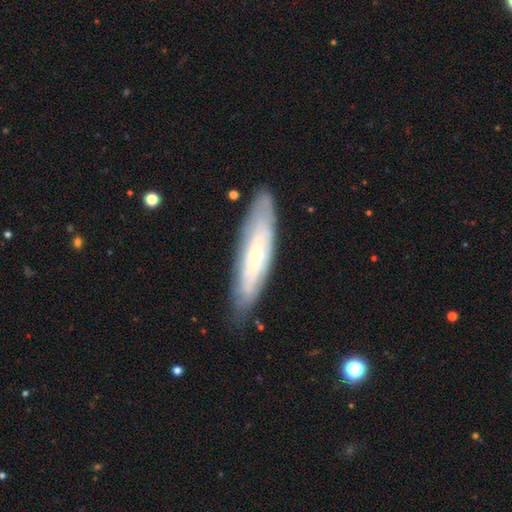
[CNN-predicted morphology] A featured or disk galaxy (62%). Merging: none (81%).